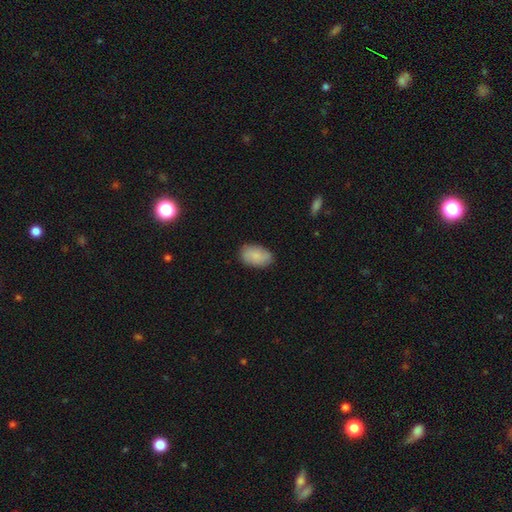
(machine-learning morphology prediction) Smooth or featured? smooth (83%)
How rounded? in between (92%)
Merging? none (82%)